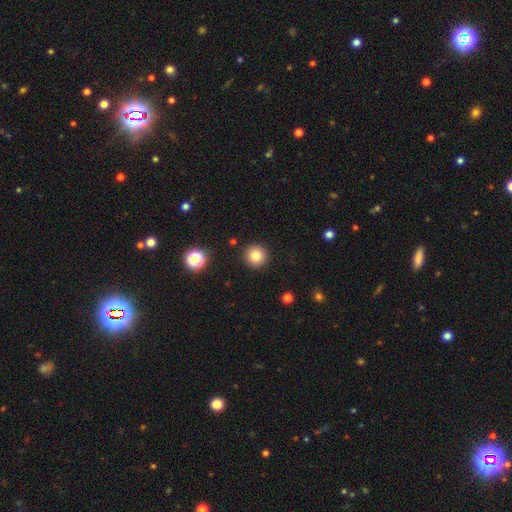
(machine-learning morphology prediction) This appears to be a smooth galaxy with no disk features (81%) that is round (96%). Merging: none (91%).